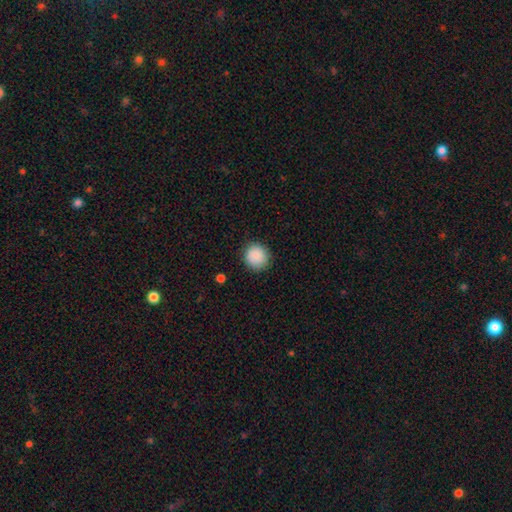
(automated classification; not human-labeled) This appears to be a smooth galaxy with no disk features (87%) that is round (92%). Merging: none (88%).